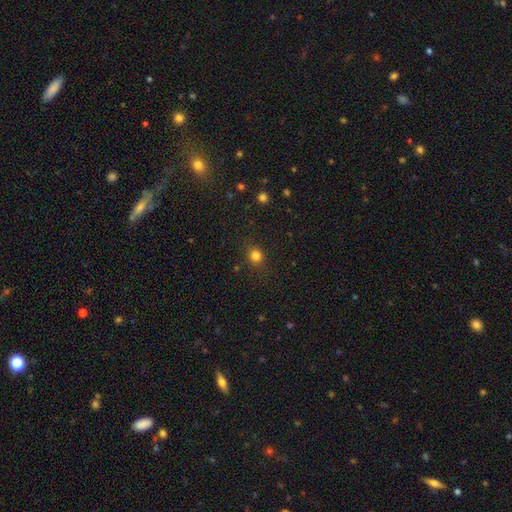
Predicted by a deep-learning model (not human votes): This appears to be a smooth galaxy with no disk features (81%) that is round (82%). Merging: none (86%).